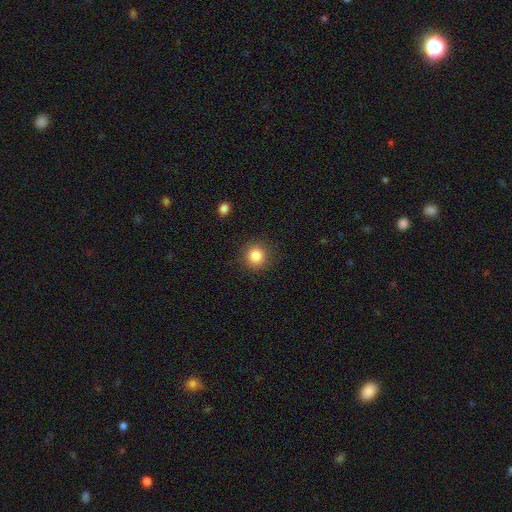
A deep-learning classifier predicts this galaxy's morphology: Smooth or featured: smooth — 85% (star or artifact — 10%)
How rounded: round — 91% (in between — 8%)
Merging: none — 88% (minor disturbance — 8%)